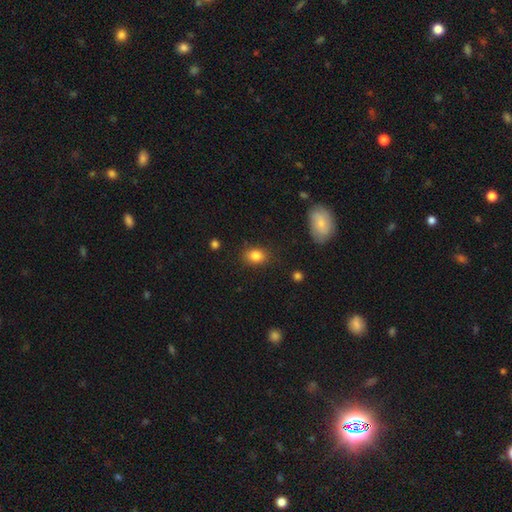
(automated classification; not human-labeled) A smooth galaxy with no disk features (85%) that is in between round and cigar-shaped (65%). Merging: none (82%).